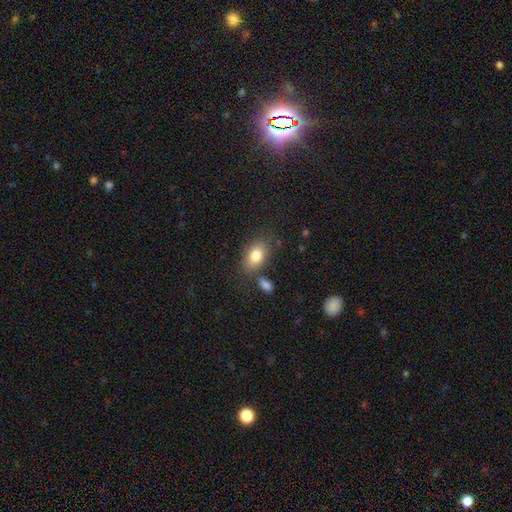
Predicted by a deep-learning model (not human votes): Smooth or featured? Predicted: smooth (p=0.81). How rounded? Predicted: in between (p=0.85). Merging? Predicted: none (p=0.69).